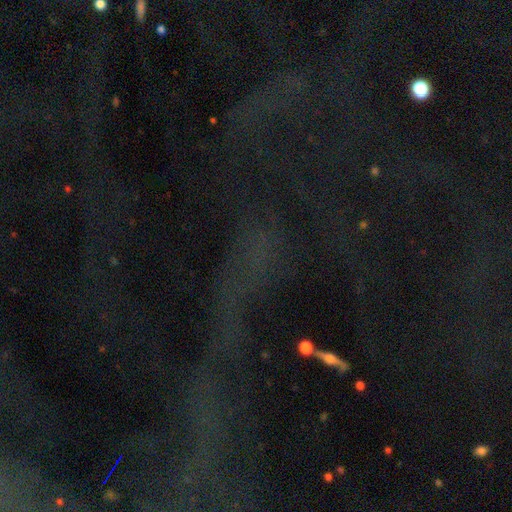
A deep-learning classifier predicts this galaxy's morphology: Overall: star or artifact (69%).